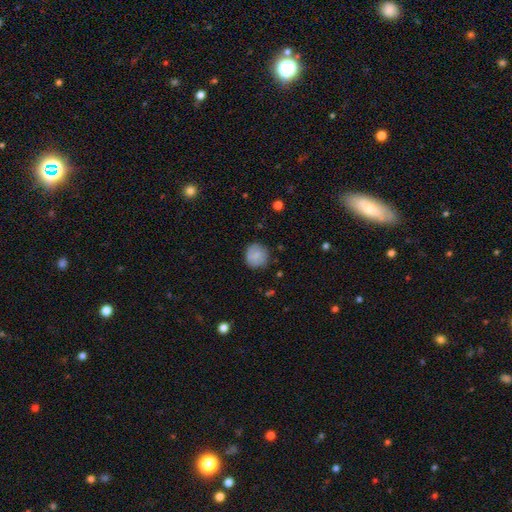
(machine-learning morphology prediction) Overall: smooth (76%). How rounded: round (90%). Merging: none (82%).